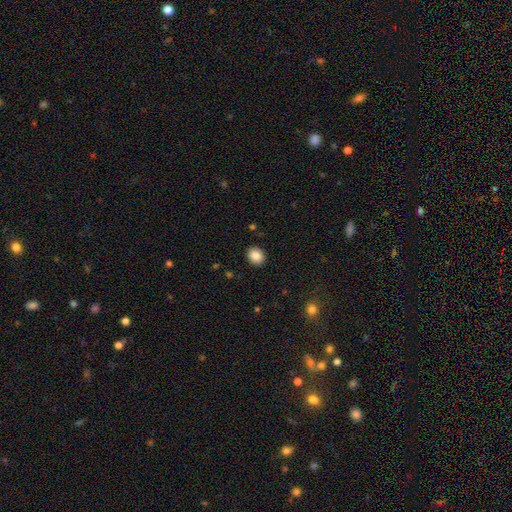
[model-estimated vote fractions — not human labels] Smooth or featured? smooth (87%)
How rounded? round (55%)
Merging? none (91%)